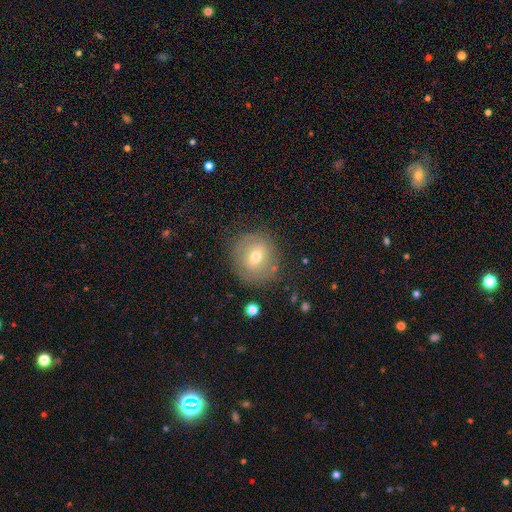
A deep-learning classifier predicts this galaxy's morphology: smooth 54%, featured or disk 35%, star or artifact 11%. Down the decision tree: how rounded — round (84%); merging — none (78%).